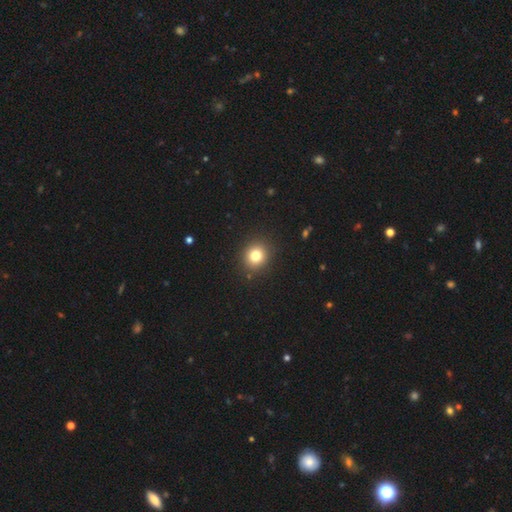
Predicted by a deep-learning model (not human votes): Morphology: type=smooth (80%); roundness=round (83%); merging=none (90%).